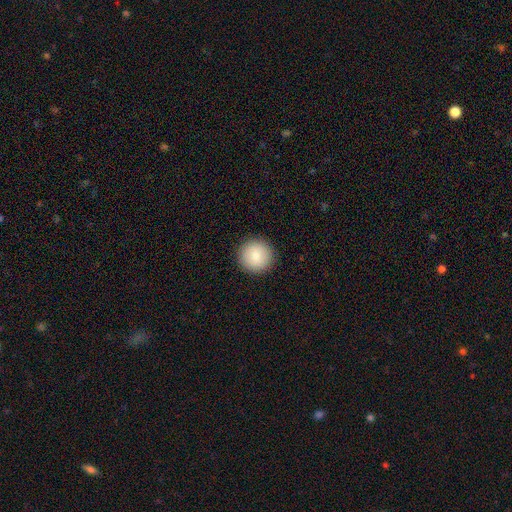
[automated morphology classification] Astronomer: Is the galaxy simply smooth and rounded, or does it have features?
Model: smooth — 83%.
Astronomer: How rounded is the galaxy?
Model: round — 96%.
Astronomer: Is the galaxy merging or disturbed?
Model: none — 92%.